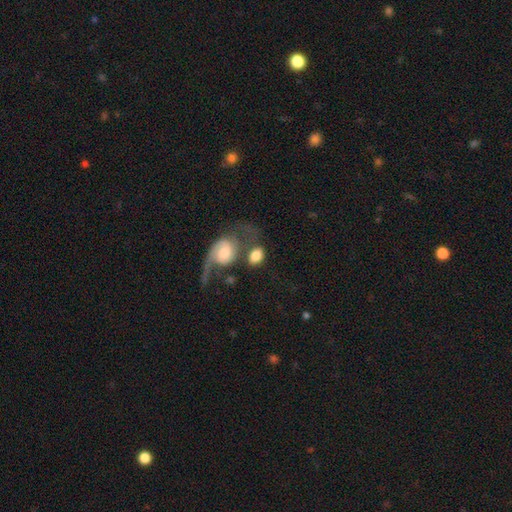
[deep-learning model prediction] The model was most divided on "merging": merger: 36%, none: 33%, major disturbance: 17%, minor disturbance: 13%. More confident: smooth or featured — smooth (71%); how rounded — in between (71%).